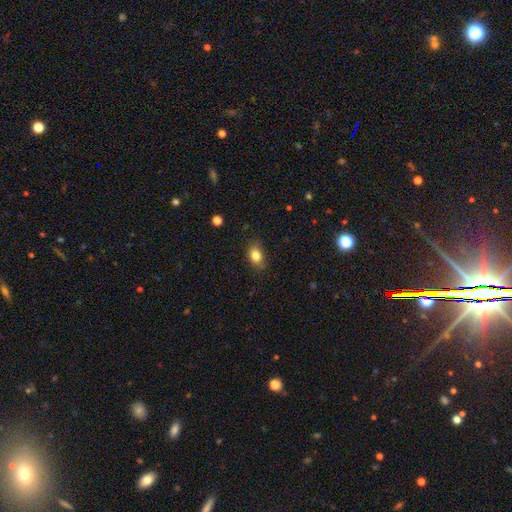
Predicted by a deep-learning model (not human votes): A smooth galaxy with no disk features (82%) that is in between round and cigar-shaped (69%).

Vote fractions:
- Smooth or featured? smooth: 82% / star or artifact: 10% / featured or disk: 8%
- How rounded? in between: 69% / round: 30% / cigar-shaped: 1%
- Merging? none: 75% / minor disturbance: 20% / major disturbance: 4% / merger: 1%